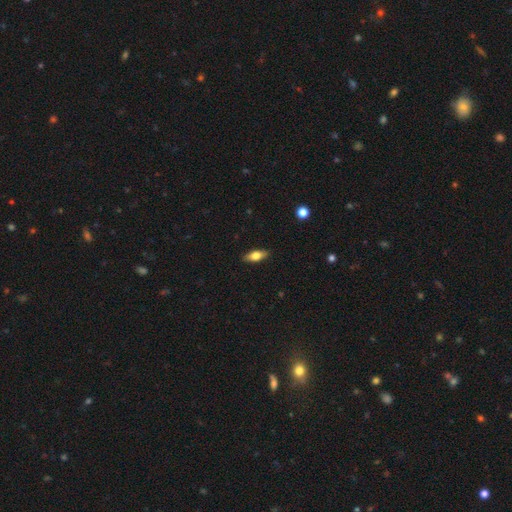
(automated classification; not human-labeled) smooth_or_featured: smooth (p=0.63) [alt: featured or disk p=0.30]
how_rounded: in between (p=0.74) [alt: cigar-shaped p=0.22]
merging: none (p=0.88) [alt: minor disturbance p=0.09]